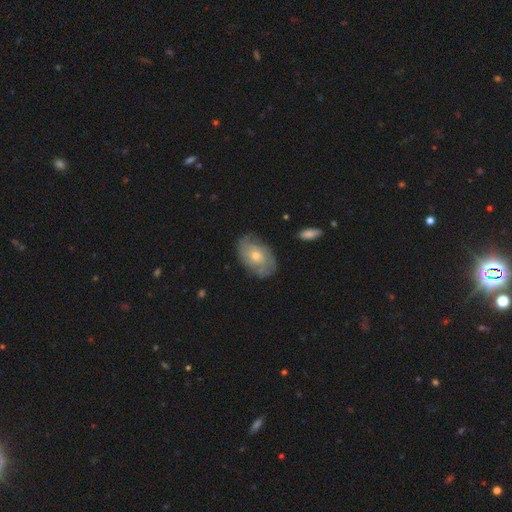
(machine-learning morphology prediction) smooth-or-featured: featured or disk: 67% | smooth: 26% | star or artifact: 6%
  disk-edge-on: no: 96% | yes: 4%
    bar: no: 80% | weak: 18% | strong: 2%
    has-spiral-arms: yes: 84% | no: 16%
      spiral-winding: tight: 56% | medium: 31% | loose: 13%
      spiral-arm-count: can't tell: 49% | 2: 23% | 3: 12% | 4: 7% | 1: 5% | more than 4: 5%
    bulge-size: moderate: 52% | small: 44% | large: 3% | none: 1% | dominant: 1%
  merging: none: 74% | minor disturbance: 19% | major disturbance: 6% | merger: 2%